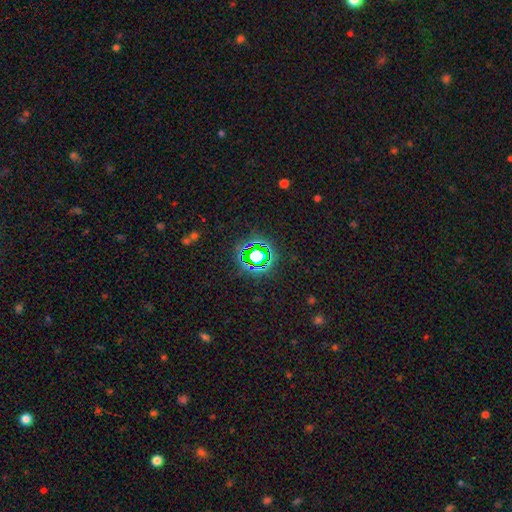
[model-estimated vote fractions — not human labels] smooth_or_featured: star or artifact (p=0.72) [alt: smooth p=0.18]